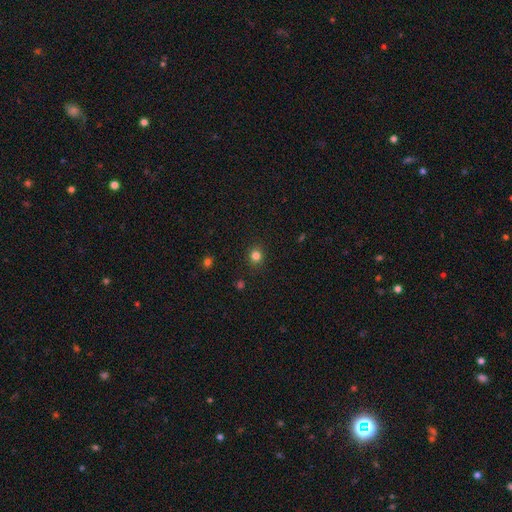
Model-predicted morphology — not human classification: smooth-or-featured: smooth: 81% | star or artifact: 14% | featured or disk: 5%
  how-rounded: round: 84% | in between: 15% | cigar-shaped: 1%
  merging: none: 89% | minor disturbance: 7% | major disturbance: 2% | merger: 1%